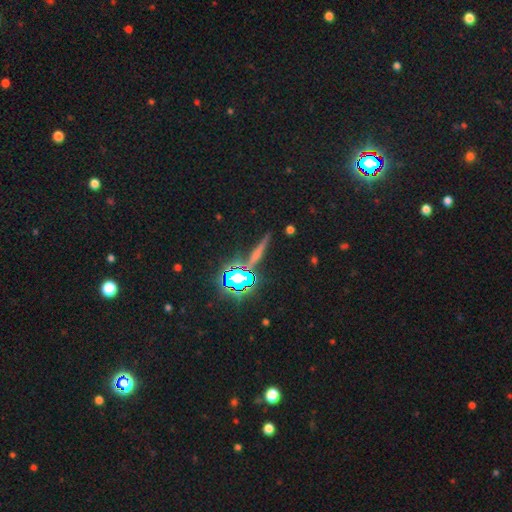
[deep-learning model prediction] Smooth or featured? star or artifact (47%)